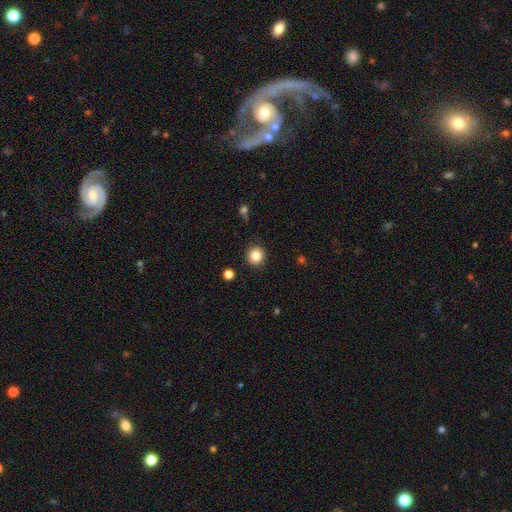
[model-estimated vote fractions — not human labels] Smooth or featured? Predicted: smooth (p=0.84). How rounded? Predicted: round (p=0.92). Merging? Predicted: none (p=0.91).